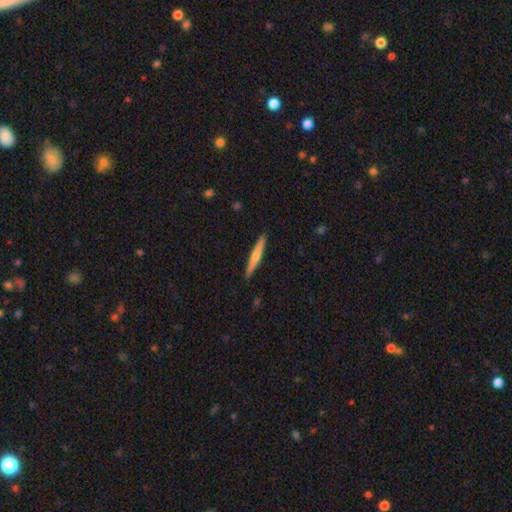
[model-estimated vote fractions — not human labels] Smooth or featured: smooth — 55% (featured or disk — 40%)
How rounded: cigar-shaped — 95% (in between — 3%)
Merging: none — 91% (minor disturbance — 7%)